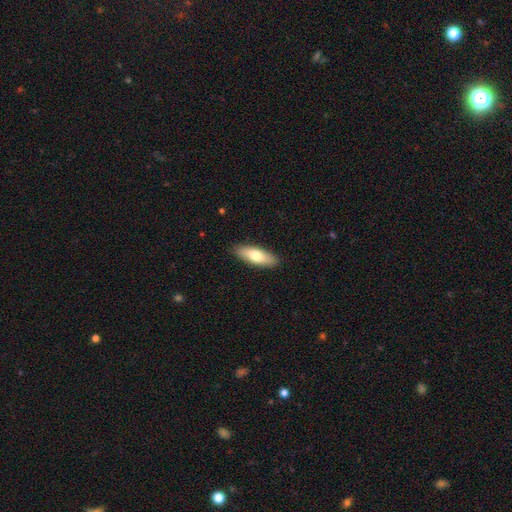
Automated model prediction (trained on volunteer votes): Smooth or featured: smooth — 73% (featured or disk — 21%)
How rounded: in between — 62% (cigar-shaped — 36%)
Merging: none — 89% (minor disturbance — 8%)